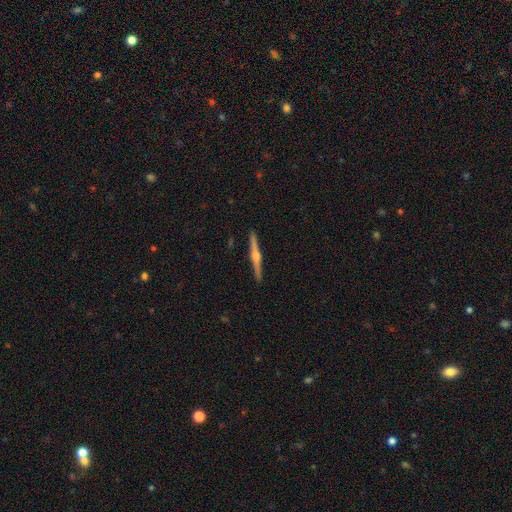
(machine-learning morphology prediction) Overall: featured or disk (81%). Edge-on disk: yes (99%). Edge-on bulge: rounded (89%). Merging: none (93%).